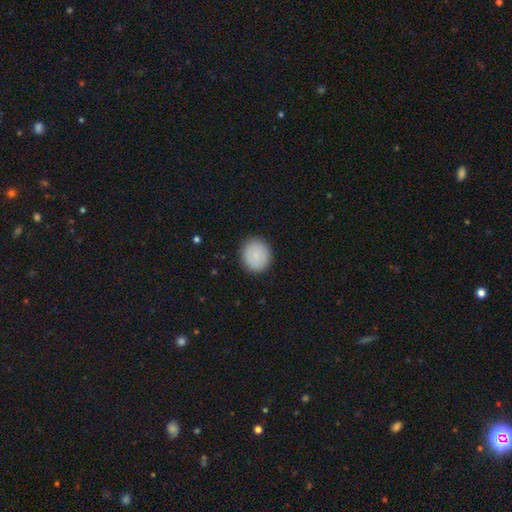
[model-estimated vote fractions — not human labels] A smooth galaxy with no disk features (87%) that is round (83%).

Vote fractions:
- Smooth or featured? smooth: 87% / star or artifact: 7% / featured or disk: 6%
- How rounded? round: 83% / in between: 16% / cigar-shaped: 1%
- Merging? none: 90% / minor disturbance: 7% / major disturbance: 2% / merger: 1%